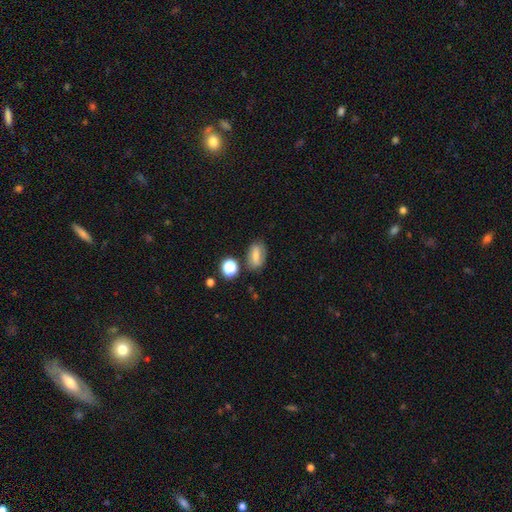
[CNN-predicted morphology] type=smooth (50%); roundness=in between (80%); merging=none (71%).